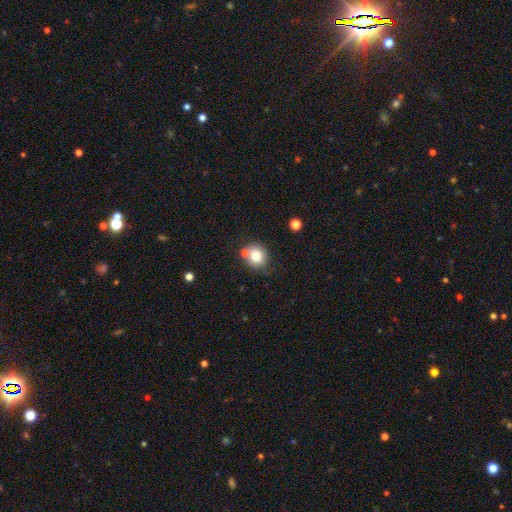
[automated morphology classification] This appears to be a smooth galaxy with no disk features (76%) that is round (86%). Merging: none (68%).